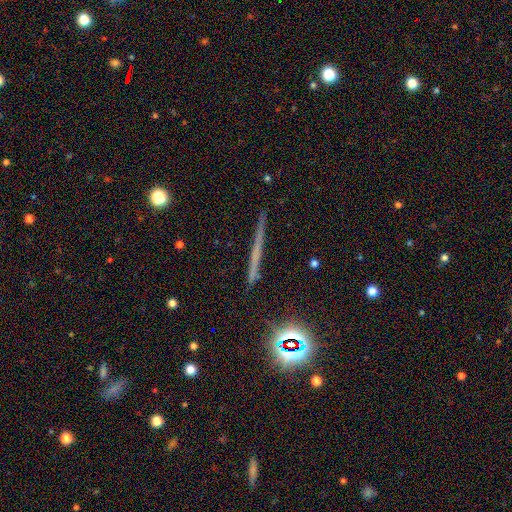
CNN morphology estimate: This appears to be a featured or disk galaxy (44%). Merging: none (90%).